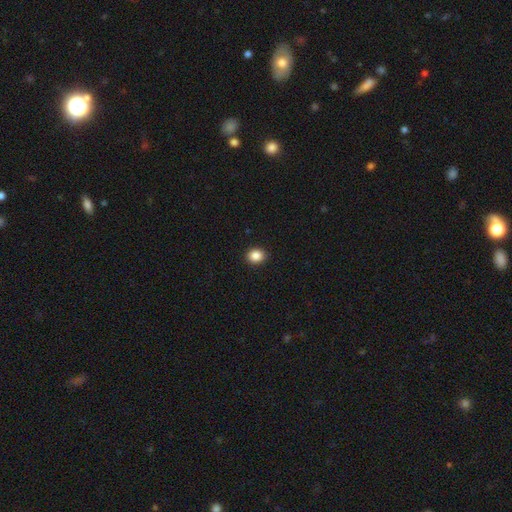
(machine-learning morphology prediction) type=smooth (87%); roundness=round (67%); merging=none (92%).